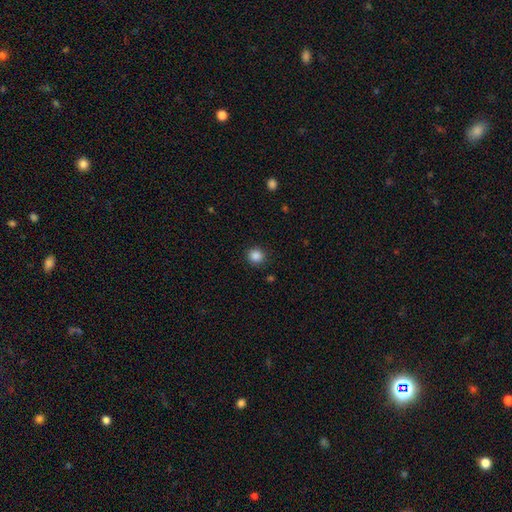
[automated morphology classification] Smooth or featured? Predicted: smooth (p=0.86). How rounded? Predicted: round (p=0.92). Merging? Predicted: none (p=0.90).